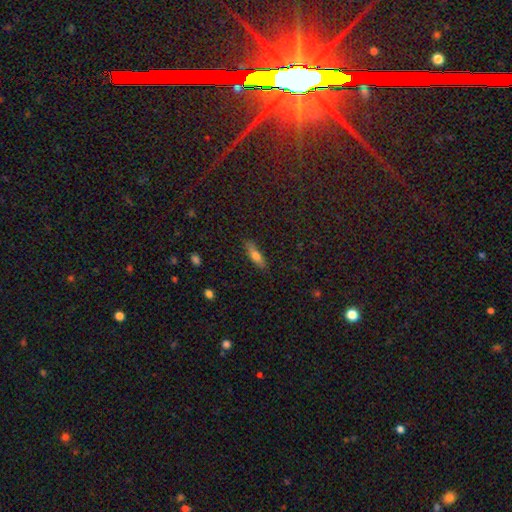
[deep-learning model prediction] Smooth or featured? Predicted: smooth (p=0.67). How rounded? Predicted: cigar-shaped (p=0.57). Merging? Predicted: none (p=0.83).